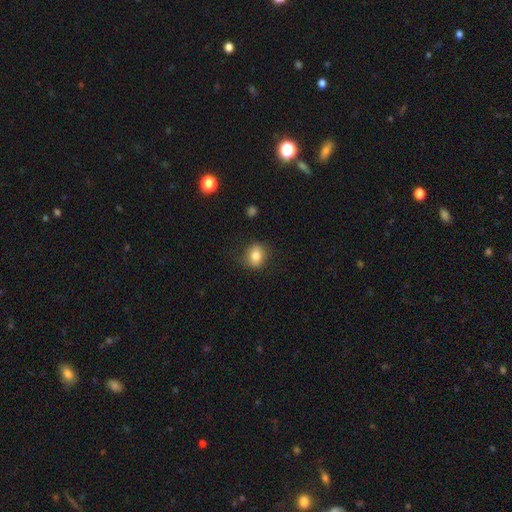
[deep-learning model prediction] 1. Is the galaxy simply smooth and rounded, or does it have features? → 80% smooth, 10% featured or disk, 10% star or artifact.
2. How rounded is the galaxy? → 60% round, 39% in between, 1% cigar-shaped.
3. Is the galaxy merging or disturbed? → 79% none, 15% minor disturbance, 5% major disturbance, 1% merger.